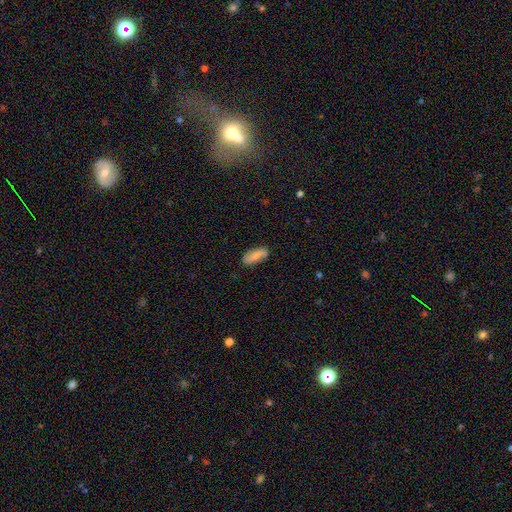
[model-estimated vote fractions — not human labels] Smooth or featured?
  - smooth: 53% *
  - featured or disk: 40%
  - star or artifact: 7%
How rounded?
  - in between: 81% *
  - cigar-shaped: 16%
  - round: 3%
Merging?
  - none: 81% *
  - minor disturbance: 14%
  - major disturbance: 3%
  - merger: 1%